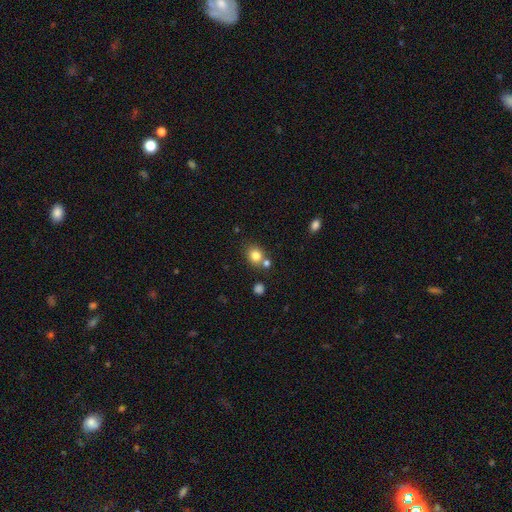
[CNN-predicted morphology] Smooth or featured?
  - smooth: 82% *
  - star or artifact: 11%
  - featured or disk: 7%
How rounded?
  - round: 68% *
  - in between: 31%
  - cigar-shaped: 1%
Merging?
  - none: 63% *
  - merger: 22%
  - minor disturbance: 11%
  - major disturbance: 3%